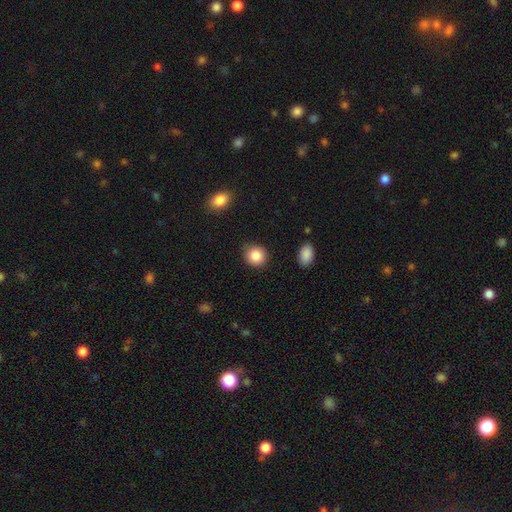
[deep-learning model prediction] Morphology: type=smooth (87%); roundness=round (81%); merging=none (83%).